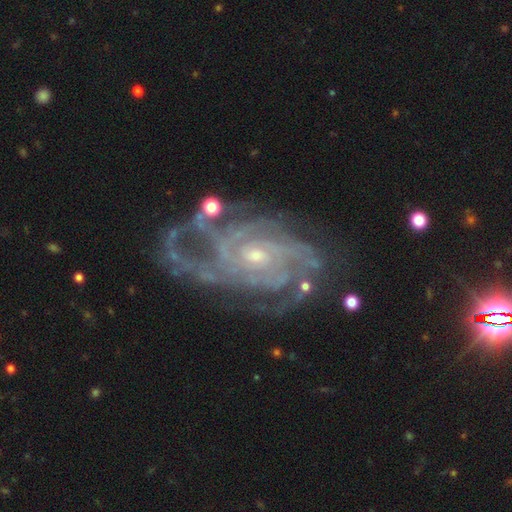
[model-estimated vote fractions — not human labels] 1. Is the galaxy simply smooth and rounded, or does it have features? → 90% featured or disk, 6% star or artifact, 3% smooth.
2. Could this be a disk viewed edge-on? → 97% no, 3% yes.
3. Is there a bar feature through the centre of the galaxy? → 66% no, 26% weak, 8% strong.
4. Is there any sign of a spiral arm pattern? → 98% yes, 2% no.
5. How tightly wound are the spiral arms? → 62% tight, 32% medium, 6% loose.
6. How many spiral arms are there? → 23% 4, 22% 3, 21% can't tell, 14% 2, 12% more than 4, 8% 1.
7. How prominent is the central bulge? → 70% small, 26% moderate, 2% none, 1% large, 1% dominant.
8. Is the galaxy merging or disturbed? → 65% none, 20% minor disturbance, 11% major disturbance, 3% merger.